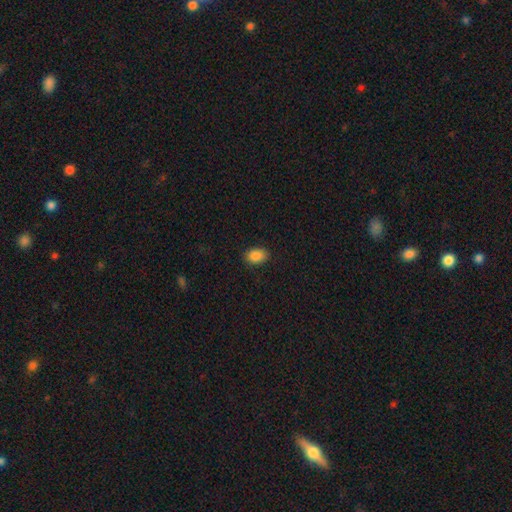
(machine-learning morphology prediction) type=smooth (87%); roundness=in between (77%); merging=none (86%).